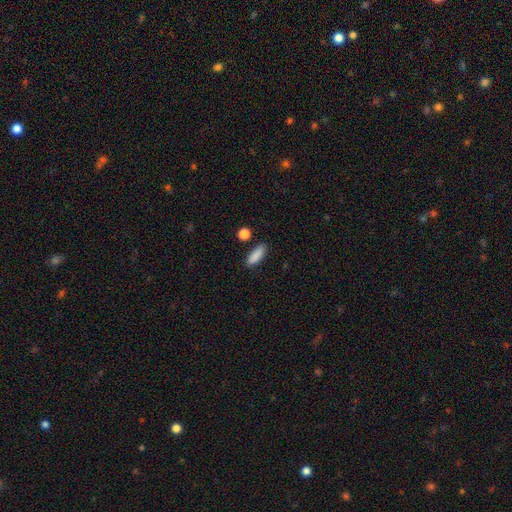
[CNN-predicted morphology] This appears to be a smooth galaxy with no disk features (88%) that is in between round and cigar-shaped (57%). Merging: none (84%).